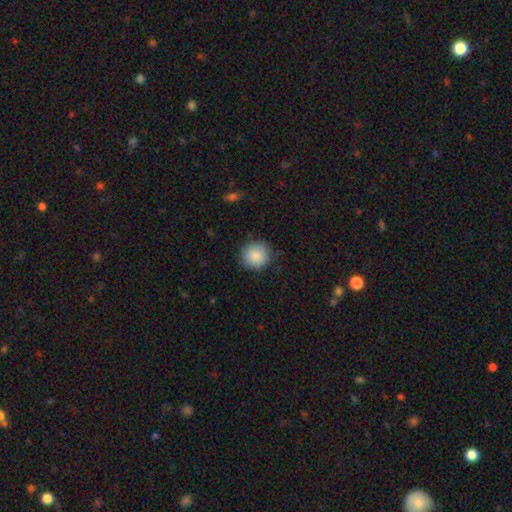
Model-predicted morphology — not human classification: Smooth or featured: smooth — 87% (star or artifact — 7%)
How rounded: round — 92% (in between — 7%)
Merging: none — 85% (minor disturbance — 11%)